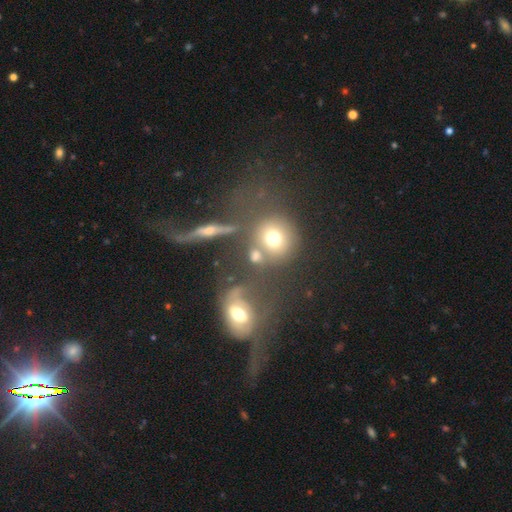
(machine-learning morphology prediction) This appears to be a smooth galaxy with no disk features (65%) that is round (73%). Merging: none (45%).